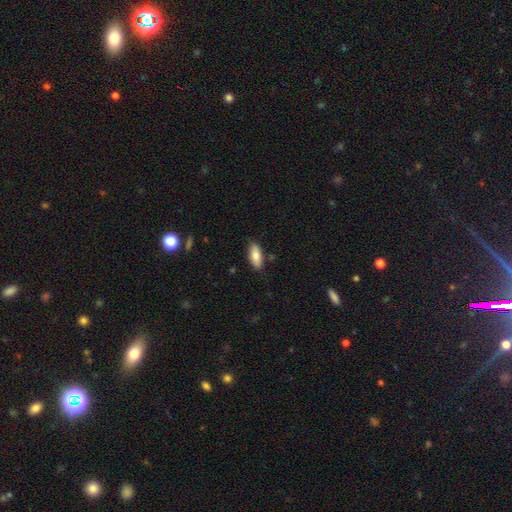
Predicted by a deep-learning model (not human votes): The model was most divided on "merging": none: 82%, minor disturbance: 14%, major disturbance: 2%, merger: 2%. More confident: smooth or featured — smooth (83%); how rounded — in between (83%).